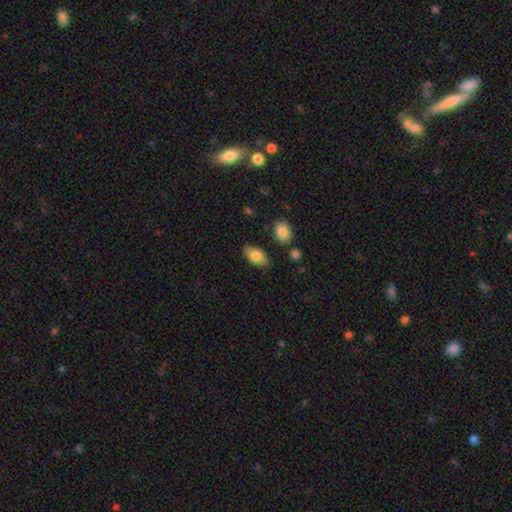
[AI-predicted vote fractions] Morphology: type=smooth (80%); roundness=in between (93%); merging=none (79%).